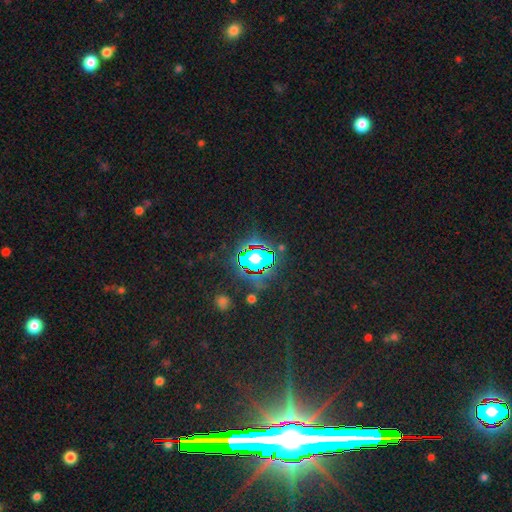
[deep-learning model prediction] Smooth or featured: star or artifact — 83% (smooth — 9%)